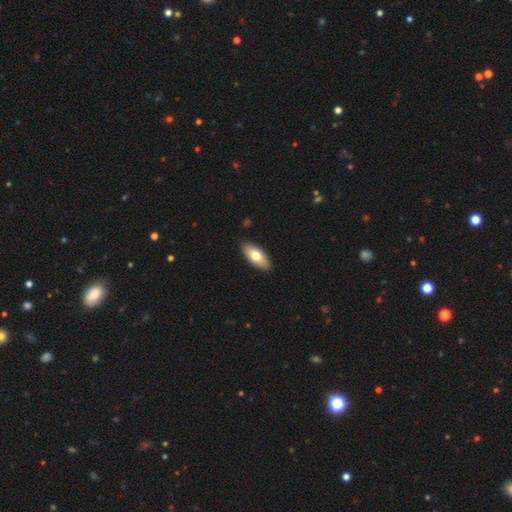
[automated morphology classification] smooth-or-featured: smooth: 74% | featured or disk: 21% | star or artifact: 6%
  how-rounded: in between: 86% | cigar-shaped: 11% | round: 2%
  merging: none: 88% | minor disturbance: 9% | major disturbance: 2% | merger: 1%